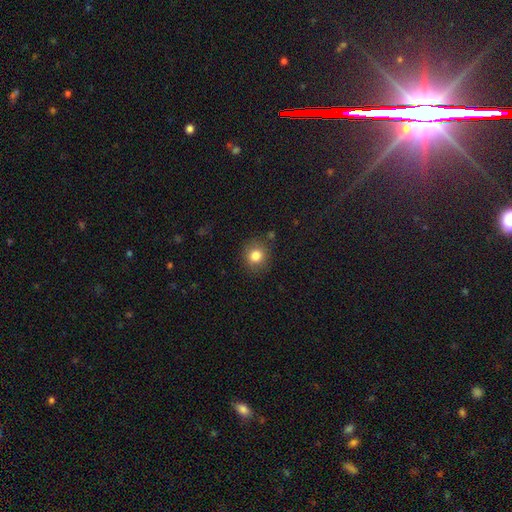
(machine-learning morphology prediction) This appears to be a smooth galaxy with no disk features (82%) that is round (85%). Merging: none (84%).